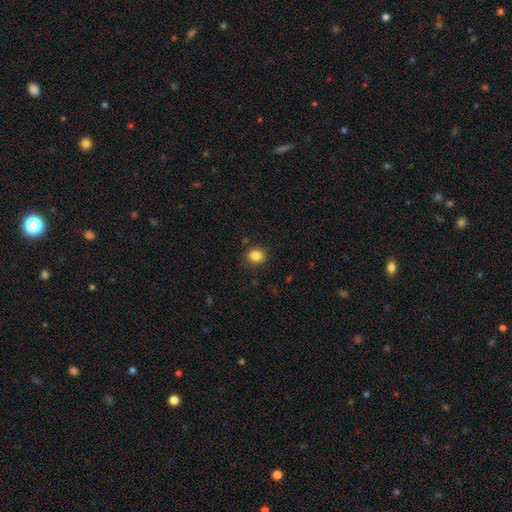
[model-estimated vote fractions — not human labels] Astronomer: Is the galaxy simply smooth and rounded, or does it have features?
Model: smooth — 85%.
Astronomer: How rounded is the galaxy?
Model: round — 73%.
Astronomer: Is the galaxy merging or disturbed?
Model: none — 89%.